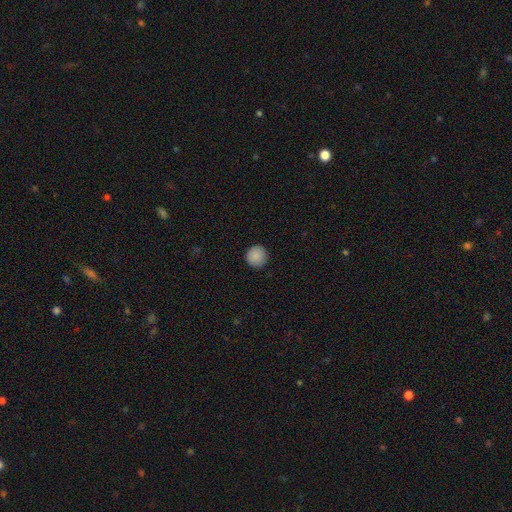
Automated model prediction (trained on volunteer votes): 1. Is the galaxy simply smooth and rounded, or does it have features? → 89% smooth, 8% star or artifact, 3% featured or disk.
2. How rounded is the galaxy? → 95% round, 4% in between, 1% cigar-shaped.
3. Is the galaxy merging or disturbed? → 92% none, 6% minor disturbance, 2% major disturbance, 1% merger.